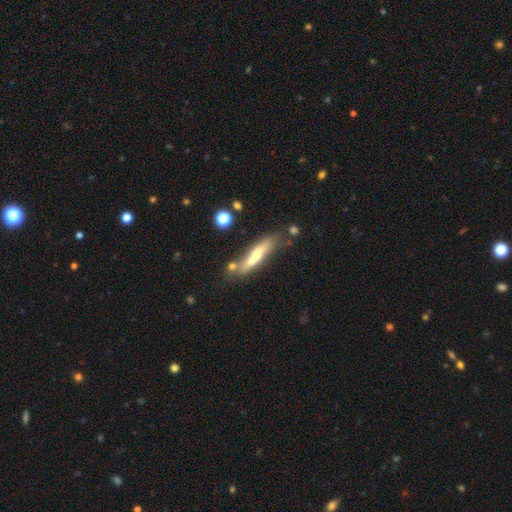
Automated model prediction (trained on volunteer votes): Smooth or featured?
  - featured or disk: 47% *
  - smooth: 45%
  - star or artifact: 8%
Merging?
  - none: 55% *
  - merger: 19%
  - minor disturbance: 18%
  - major disturbance: 7%